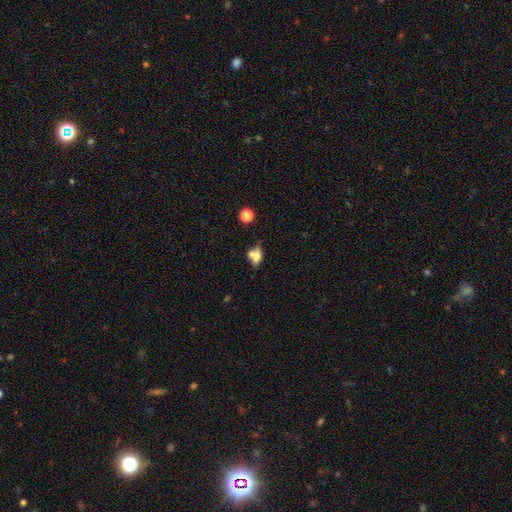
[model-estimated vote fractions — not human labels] A smooth galaxy with no disk features (63%) that is in between round and cigar-shaped (66%). Merging: merger (40%).